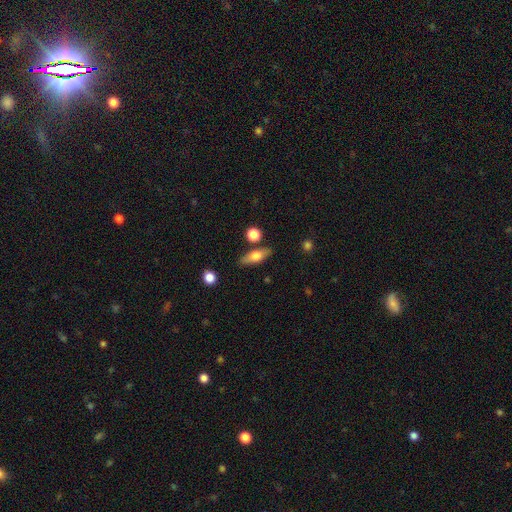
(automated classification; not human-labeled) This is possibly a smooth galaxy (59%). How rounded: possibly in between (60%). Merging: likely none (80%).